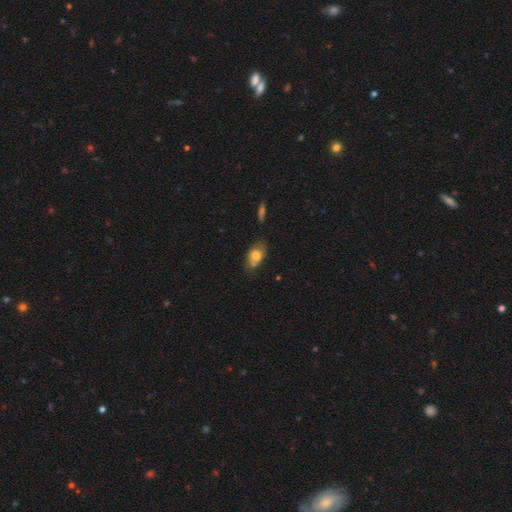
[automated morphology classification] This appears to be a smooth galaxy with no disk features (70%) that is in between round and cigar-shaped (86%). Merging: none (62%).